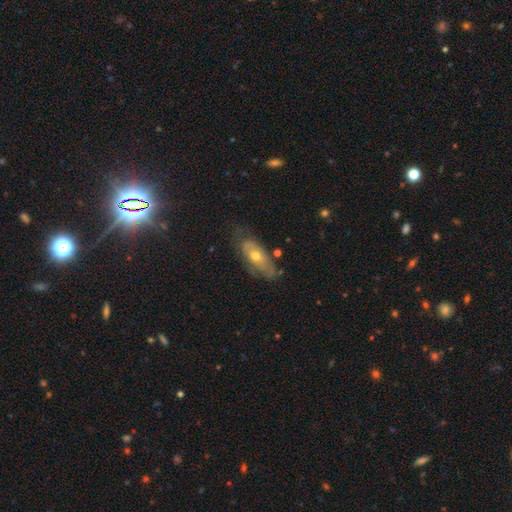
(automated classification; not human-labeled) A featured or disk galaxy (54%). Merging: none (59%).